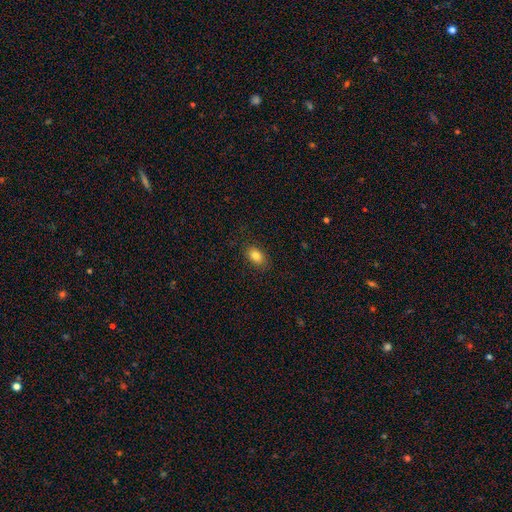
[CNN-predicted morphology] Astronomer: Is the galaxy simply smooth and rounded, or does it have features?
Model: smooth — 83%.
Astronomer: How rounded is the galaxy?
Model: in between — 85%.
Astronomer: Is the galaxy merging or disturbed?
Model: none — 84%.